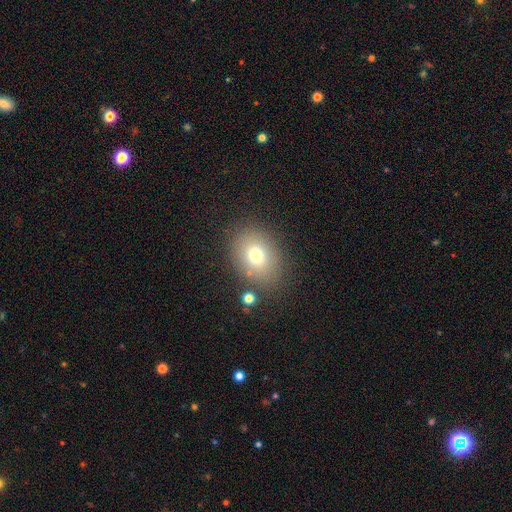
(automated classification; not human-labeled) Smooth or featured?
  - smooth: 75% *
  - featured or disk: 13%
  - star or artifact: 12%
How rounded?
  - in between: 63% *
  - round: 36%
  - cigar-shaped: 1%
Merging?
  - none: 80% *
  - minor disturbance: 11%
  - major disturbance: 4%
  - merger: 4%